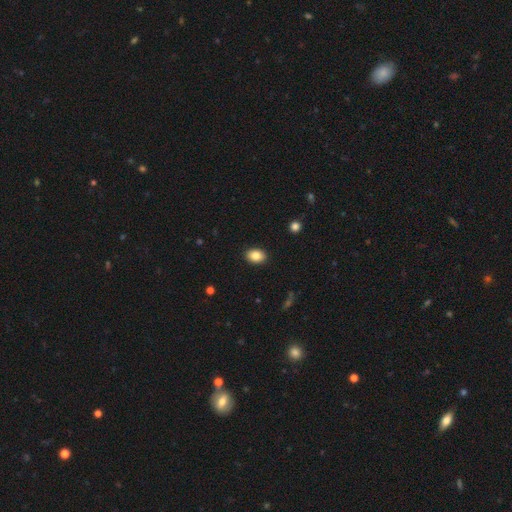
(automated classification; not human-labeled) This is clearly a smooth galaxy (85%). How rounded: likely in between (78%). Merging: clearly none (90%).